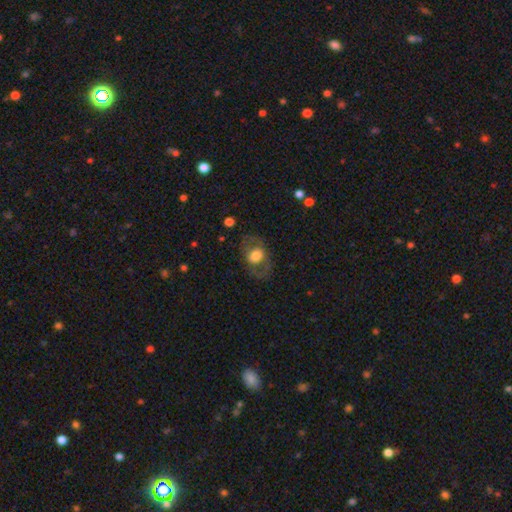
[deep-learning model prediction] Q: Smooth or featured?
A: smooth (52%); runner-up: featured or disk (41%)
Q: How rounded?
A: in between (60%); runner-up: round (38%)
Q: Merging?
A: none (73%); runner-up: minor disturbance (14%)